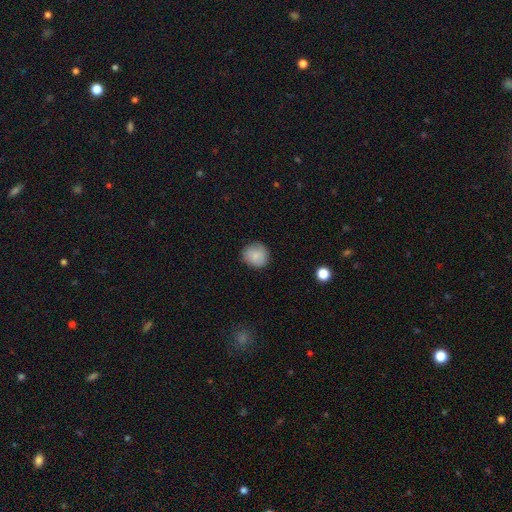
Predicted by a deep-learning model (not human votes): smooth 85%, star or artifact 8%, featured or disk 7%. Down the decision tree: how rounded — round (86%); merging — none (84%).